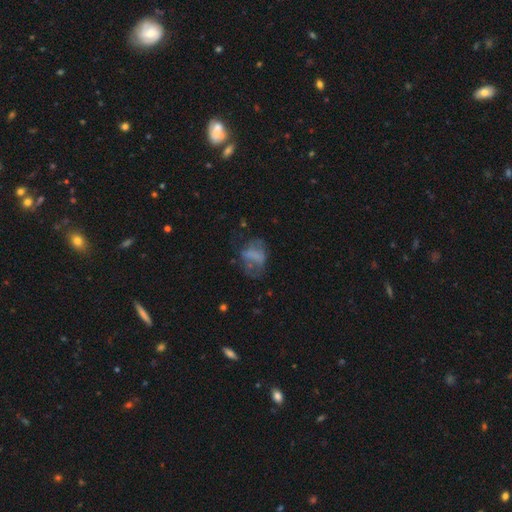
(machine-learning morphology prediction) A smooth galaxy with no disk features (46%).

Vote fractions:
- Smooth or featured? smooth: 46% / featured or disk: 40% / star or artifact: 14%
- Merging? none: 39% / major disturbance: 33% / minor disturbance: 24% / merger: 5%